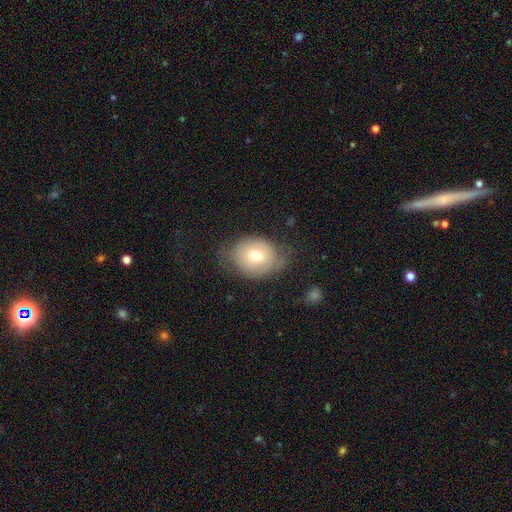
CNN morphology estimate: Smooth or featured? smooth (68%)
How rounded? round (56%)
Merging? none (57%)